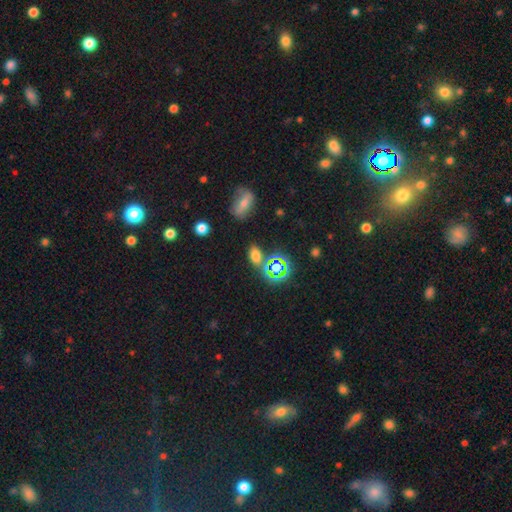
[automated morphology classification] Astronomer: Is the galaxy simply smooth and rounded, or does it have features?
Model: smooth — 63%.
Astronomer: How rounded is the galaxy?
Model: in between — 80%.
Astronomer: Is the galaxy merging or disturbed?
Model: none — 74%.